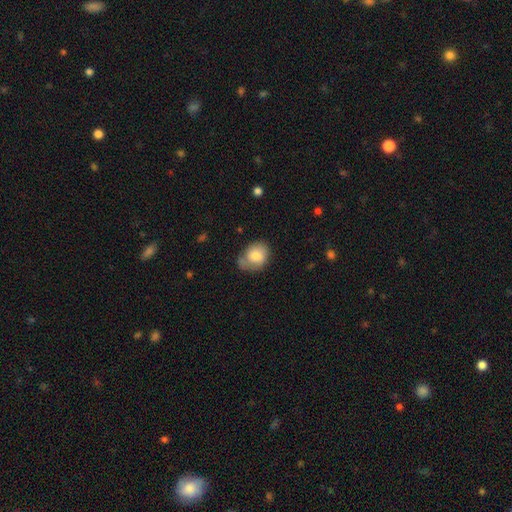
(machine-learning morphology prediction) This is likely a smooth galaxy (75%). How rounded: possibly in between (57%). Merging: possibly none (45%).